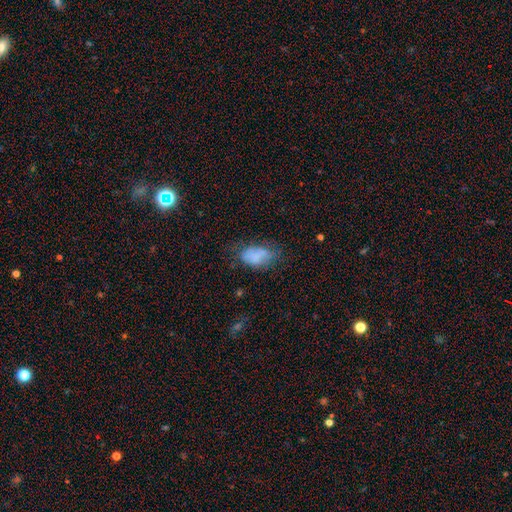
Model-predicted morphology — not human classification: type=smooth (72%); roundness=in between (91%); merging=none (48%).